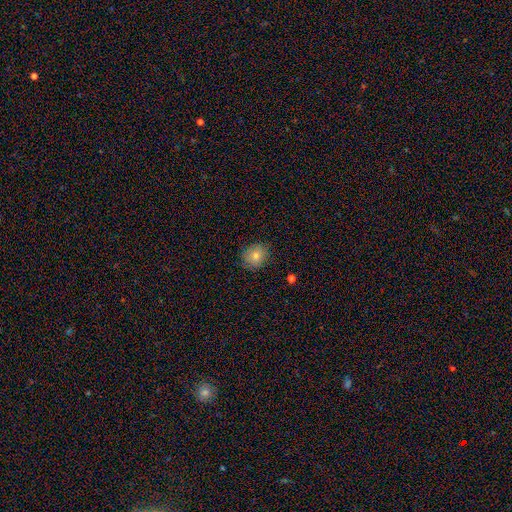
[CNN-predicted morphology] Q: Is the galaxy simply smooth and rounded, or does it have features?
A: smooth — 76%.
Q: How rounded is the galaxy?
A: round — 77%.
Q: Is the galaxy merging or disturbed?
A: none — 85%.